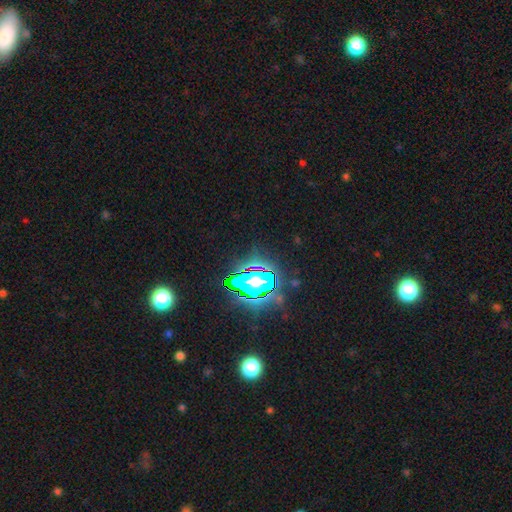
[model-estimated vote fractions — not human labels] smooth_or_featured: star or artifact (p=0.83) [alt: smooth p=0.10]